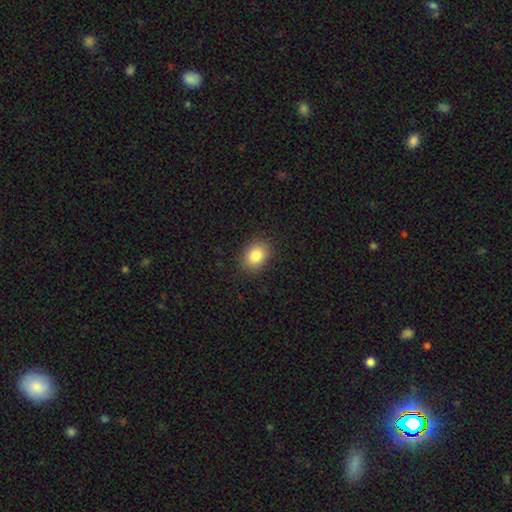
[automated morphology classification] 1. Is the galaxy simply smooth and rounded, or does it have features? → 84% smooth, 9% star or artifact, 7% featured or disk.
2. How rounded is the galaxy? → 63% in between, 36% round, 1% cigar-shaped.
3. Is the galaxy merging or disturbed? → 88% none, 9% minor disturbance, 2% major disturbance, 1% merger.